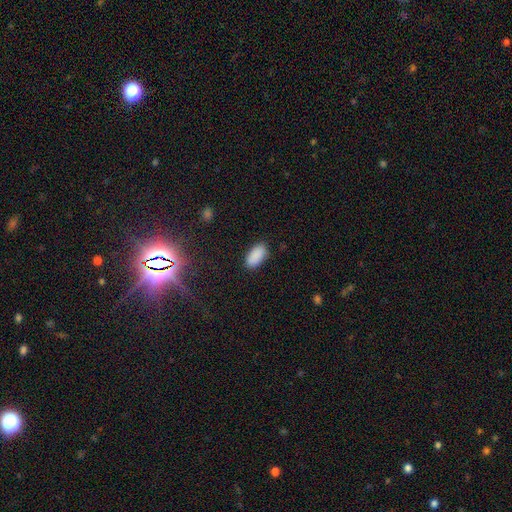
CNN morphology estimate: Smooth or featured?
  - smooth: 89% *
  - star or artifact: 8%
  - featured or disk: 3%
How rounded?
  - in between: 94% *
  - cigar-shaped: 3%
  - round: 3%
Merging?
  - none: 87% *
  - minor disturbance: 9%
  - major disturbance: 2%
  - merger: 1%